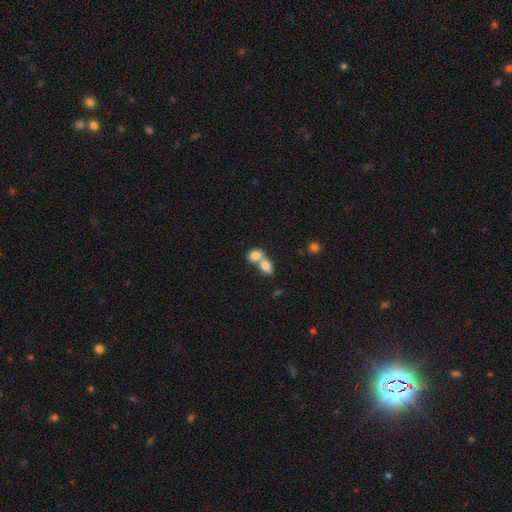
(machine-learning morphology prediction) This is clearly a smooth galaxy (80%). How rounded: likely in between (61%). Merging: likely merger (70%).